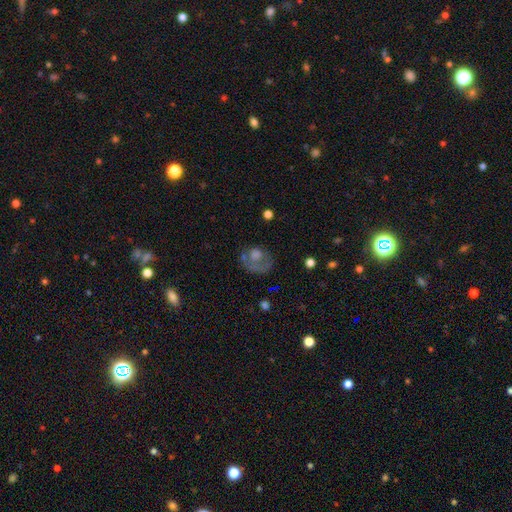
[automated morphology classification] featured or disk 46%, smooth 39%, star or artifact 15%. Down the decision tree: merging — none (44%).